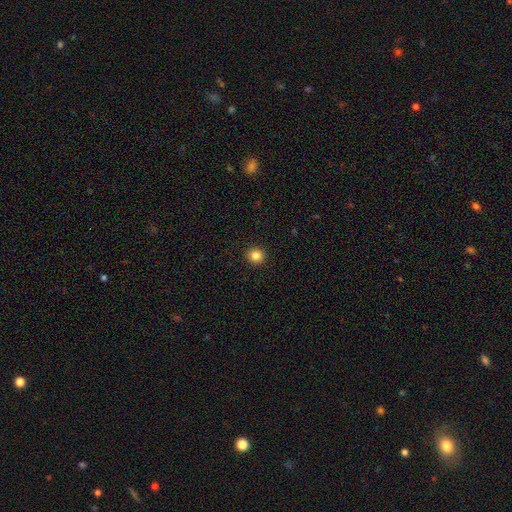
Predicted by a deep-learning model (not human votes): The model was most divided on "smooth or featured": smooth: 84%, star or artifact: 11%, featured or disk: 4%. More confident: merging — none (93%); how rounded — round (91%).